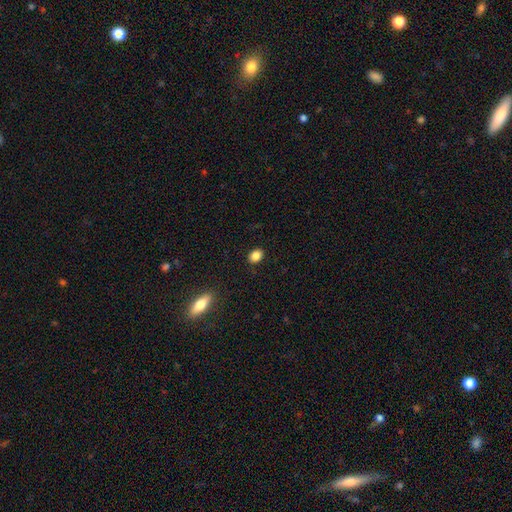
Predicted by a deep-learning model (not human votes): Smooth or featured? smooth (86%)
How rounded? in between (66%)
Merging? none (89%)